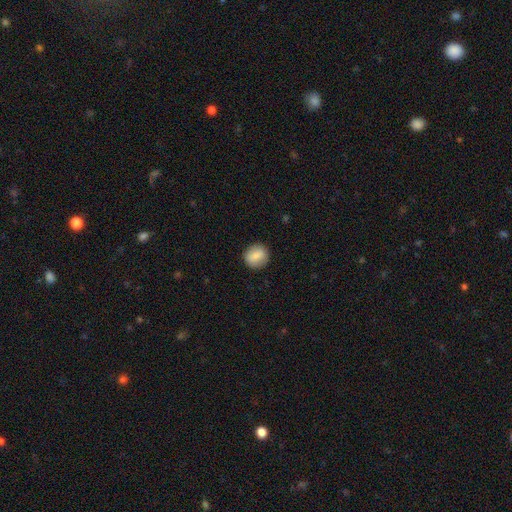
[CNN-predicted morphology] smooth 80%, featured or disk 12%, star or artifact 8%. Down the decision tree: how rounded — round (86%); merging — none (89%).